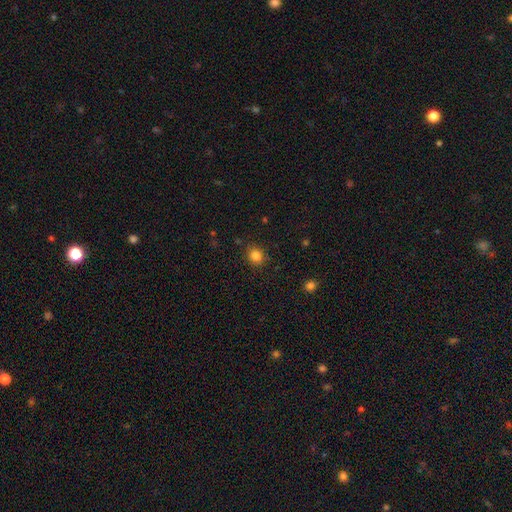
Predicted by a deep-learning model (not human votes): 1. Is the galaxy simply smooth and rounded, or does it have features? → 83% smooth, 12% star or artifact, 5% featured or disk.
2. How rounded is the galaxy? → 80% round, 19% in between, 1% cigar-shaped.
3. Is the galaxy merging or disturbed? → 88% none, 8% minor disturbance, 2% major disturbance, 1% merger.